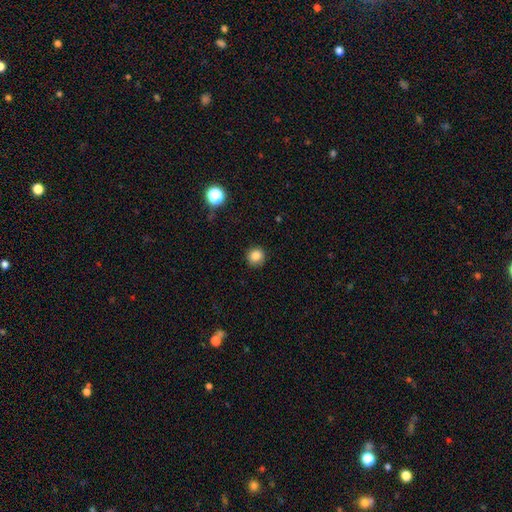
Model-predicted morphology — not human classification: Overall: smooth (84%). How rounded: round (92%). Merging: none (90%).